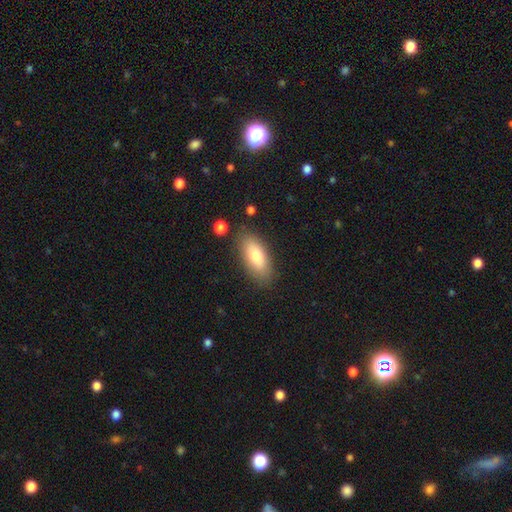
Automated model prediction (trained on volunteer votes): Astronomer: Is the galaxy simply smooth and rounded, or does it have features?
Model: smooth — 78%.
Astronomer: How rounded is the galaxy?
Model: in between — 84%.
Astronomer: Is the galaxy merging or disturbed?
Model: none — 84%.